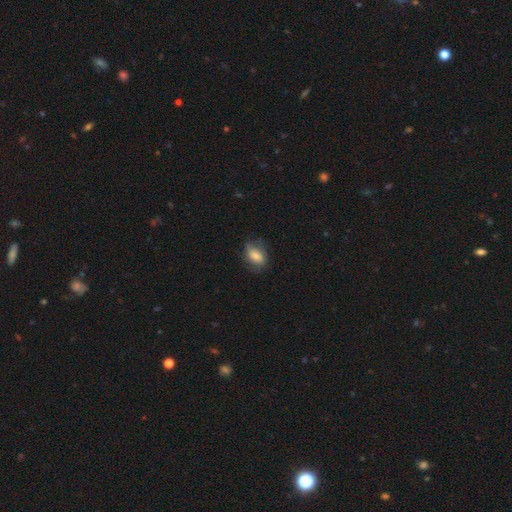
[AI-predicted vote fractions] This is likely a smooth galaxy (72%). How rounded: clearly in between (83%). Merging: likely none (61%).